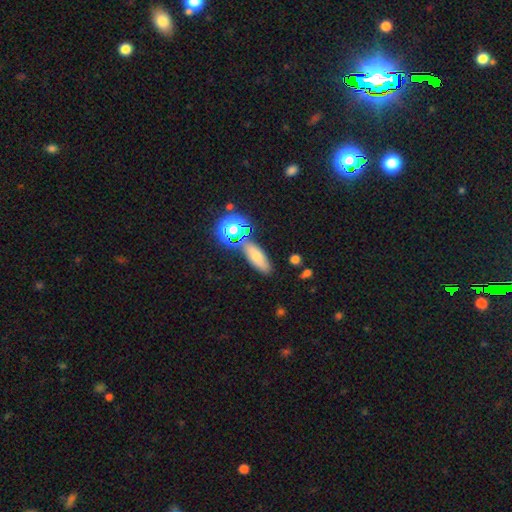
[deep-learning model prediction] smooth-or-featured: smooth: 61% | star or artifact: 22% | featured or disk: 17%
  how-rounded: in between: 55% | cigar-shaped: 34% | round: 12%
  merging: none: 77% | minor disturbance: 12% | merger: 8% | major disturbance: 4%